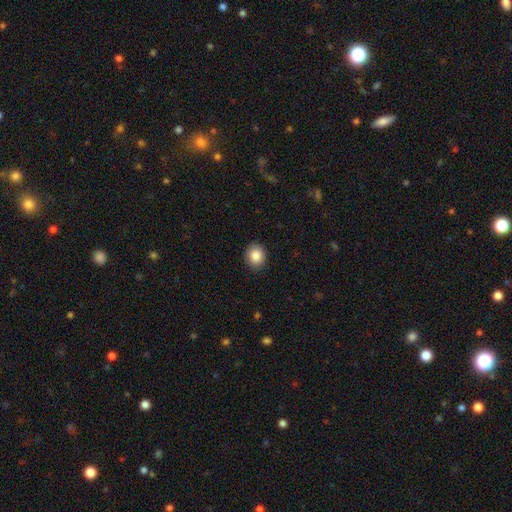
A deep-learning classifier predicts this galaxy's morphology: type=smooth (87%); roundness=round (65%); merging=none (89%).